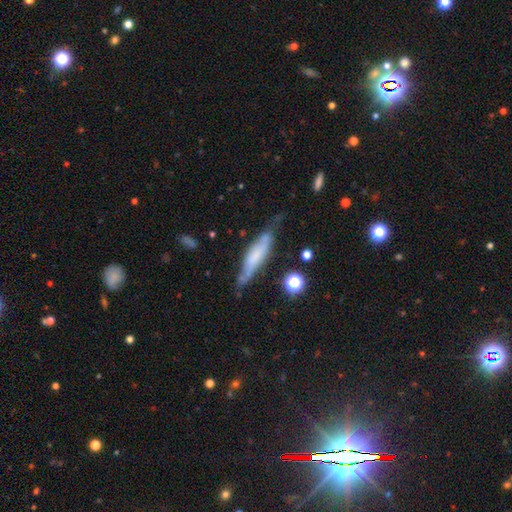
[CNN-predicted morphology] The model was most divided on "smooth or featured": featured or disk: 47%, smooth: 44%, star or artifact: 8%. More confident: merging — none (55%).